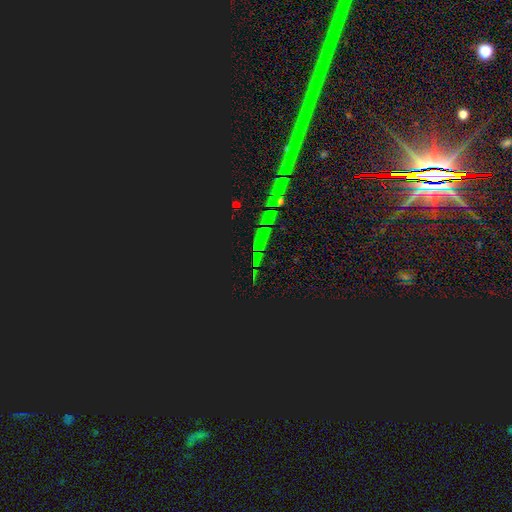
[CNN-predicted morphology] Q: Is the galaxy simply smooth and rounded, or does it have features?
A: star or artifact — 80%.